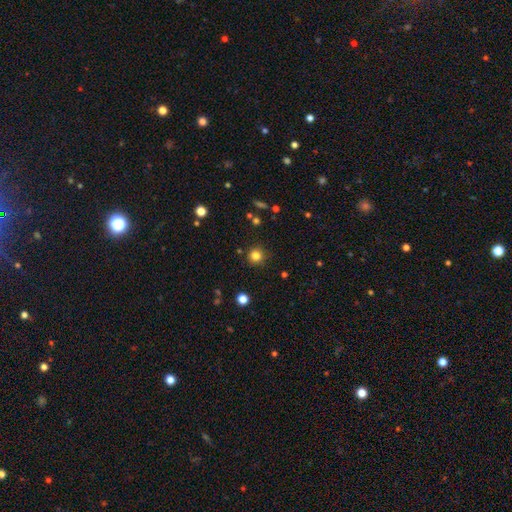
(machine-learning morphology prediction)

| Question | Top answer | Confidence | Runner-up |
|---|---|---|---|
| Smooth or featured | smooth | 82% | star or artifact (13%) |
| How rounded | round | 95% | in between (5%) |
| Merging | none | 89% | minor disturbance (7%) |